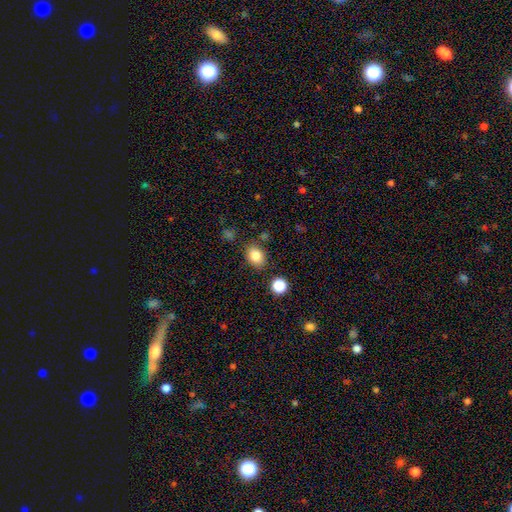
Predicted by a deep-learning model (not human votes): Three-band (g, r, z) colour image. It shows a smooth galaxy with no disk features (83%) that is in between round and cigar-shaped (57%). Merging: none (82%).